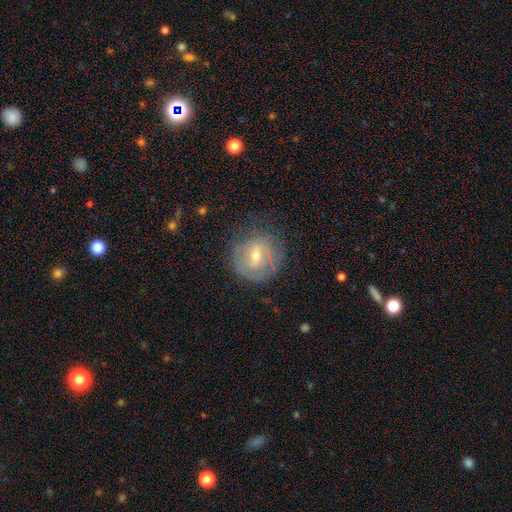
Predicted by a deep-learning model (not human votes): smooth-or-featured: featured or disk: 56% | smooth: 35% | star or artifact: 9%
  disk-edge-on: no: 94% | yes: 6%
    bar: weak: 52% | no: 31% | strong: 17%
    has-spiral-arms: yes: 55% | no: 45%
    bulge-size: moderate: 57% | small: 38% | large: 2% | none: 1% | dominant: 1%
  merging: none: 70% | minor disturbance: 20% | major disturbance: 9% | merger: 1%